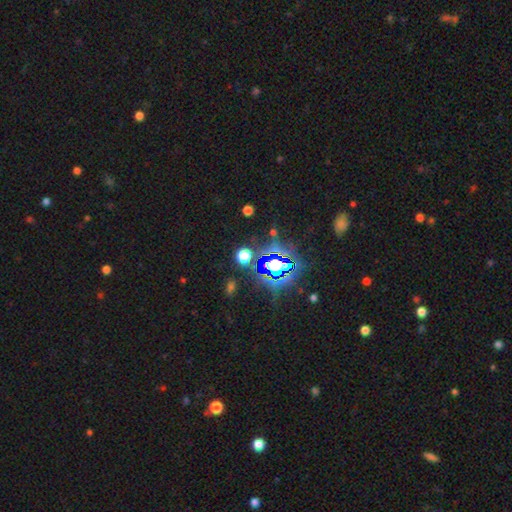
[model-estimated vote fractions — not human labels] A star or artifact, not a galaxy (85%).

Vote fractions:
- Smooth or featured? star or artifact: 85% / smooth: 8% / featured or disk: 7%